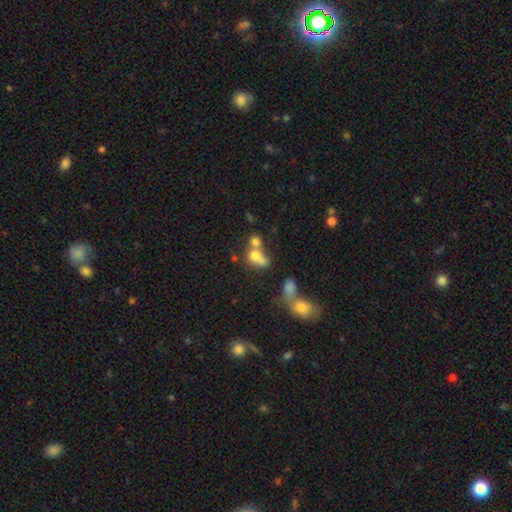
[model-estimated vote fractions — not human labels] smooth-or-featured: smooth: 67% | featured or disk: 20% | star or artifact: 14%
  how-rounded: round: 59% | in between: 39% | cigar-shaped: 2%
  merging: merger: 61% | none: 25% | minor disturbance: 8% | major disturbance: 6%